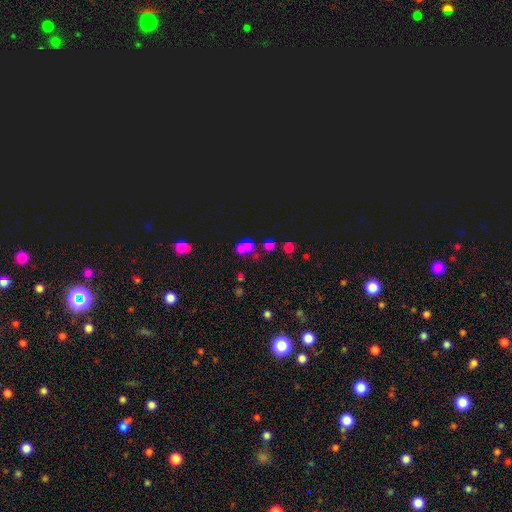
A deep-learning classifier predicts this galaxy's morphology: The model was most divided on "merging": merger: 47%, none: 38%, minor disturbance: 9%, major disturbance: 7%. More confident: how rounded — round (67%); smooth or featured — smooth (51%).